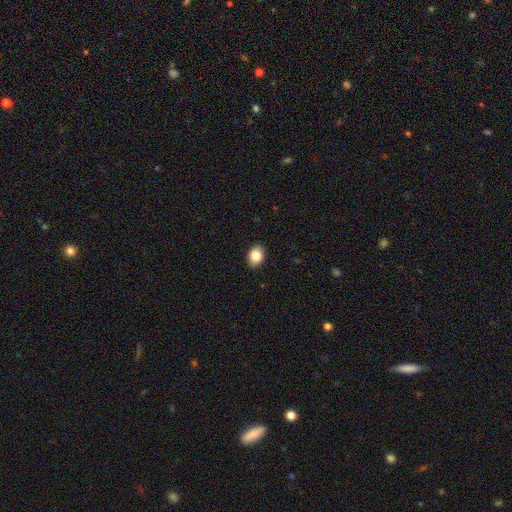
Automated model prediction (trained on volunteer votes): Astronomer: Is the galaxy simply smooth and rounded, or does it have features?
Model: smooth — 85%.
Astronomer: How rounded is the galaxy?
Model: in between — 65%.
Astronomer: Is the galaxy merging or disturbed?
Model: none — 89%.